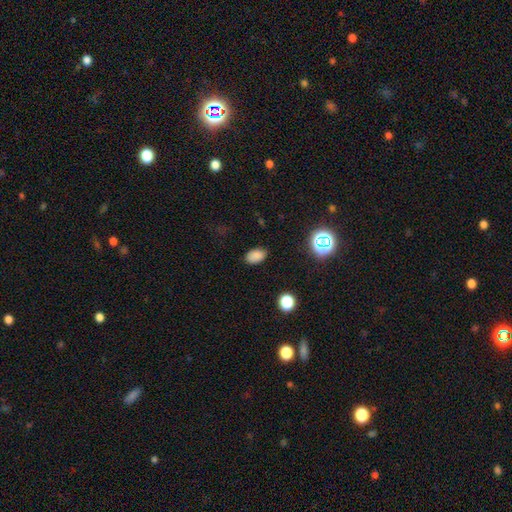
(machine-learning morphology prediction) Smooth or featured: smooth — 82% (star or artifact — 13%)
How rounded: in between — 89% (round — 10%)
Merging: none — 85% (minor disturbance — 10%)